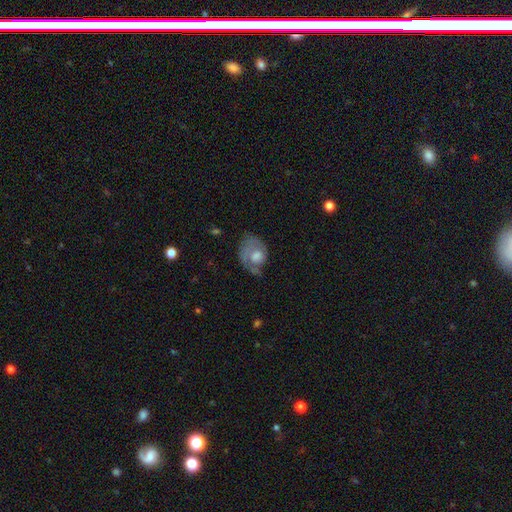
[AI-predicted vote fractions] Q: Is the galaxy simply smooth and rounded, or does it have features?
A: featured or disk — 54%.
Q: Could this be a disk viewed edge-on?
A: no — 96%.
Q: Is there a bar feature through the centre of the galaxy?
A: no — 81%.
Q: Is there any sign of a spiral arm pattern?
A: yes — 60%.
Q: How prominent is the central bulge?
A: moderate — 48%.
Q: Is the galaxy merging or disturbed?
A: none — 44%.